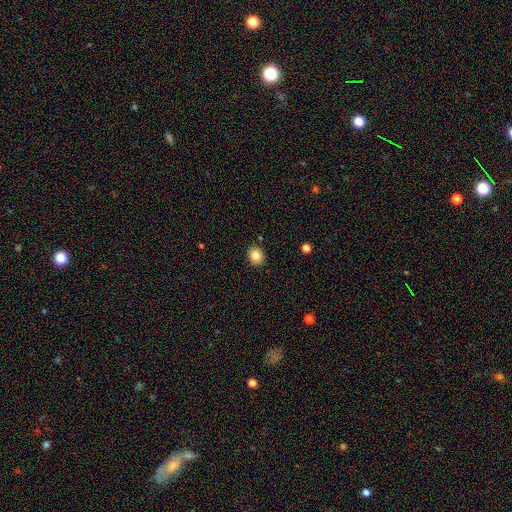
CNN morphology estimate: Q: Smooth or featured?
A: smooth (83%); runner-up: star or artifact (10%)
Q: How rounded?
A: round (67%); runner-up: in between (32%)
Q: Merging?
A: none (90%); runner-up: minor disturbance (7%)